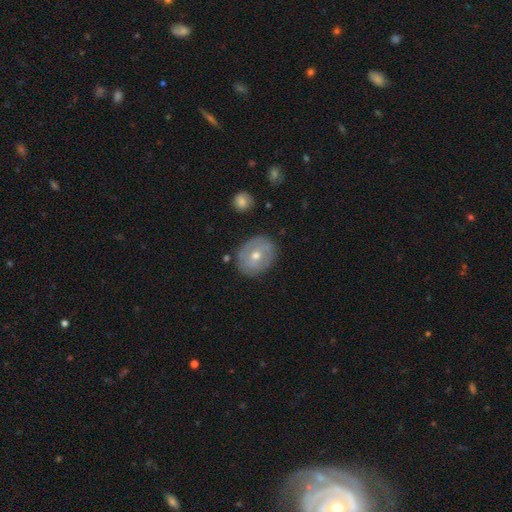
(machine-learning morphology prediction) A featured or disk galaxy (56%) with no bar (67%), no spiral arms (54%) and a moderate central bulge (64%).

Vote fractions:
- Smooth or featured? featured or disk: 56% / smooth: 36% / star or artifact: 9%
- Edge-on disk? no: 94% / yes: 6%
- Bar? no: 67% / weak: 25% / strong: 8%
- Spiral arms? no: 54% / yes: 46%
- Bulge size? moderate: 64% / small: 32% / large: 2% / none: 1% / dominant: 1%
- Merging? none: 79% / minor disturbance: 15% / major disturbance: 4% / merger: 2%